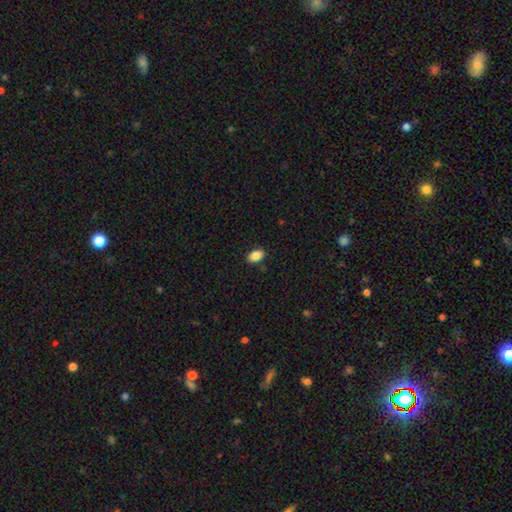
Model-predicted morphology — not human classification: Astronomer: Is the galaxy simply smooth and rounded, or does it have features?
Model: smooth — 88%.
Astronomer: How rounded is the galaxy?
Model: in between — 89%.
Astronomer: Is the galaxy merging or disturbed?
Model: none — 88%.